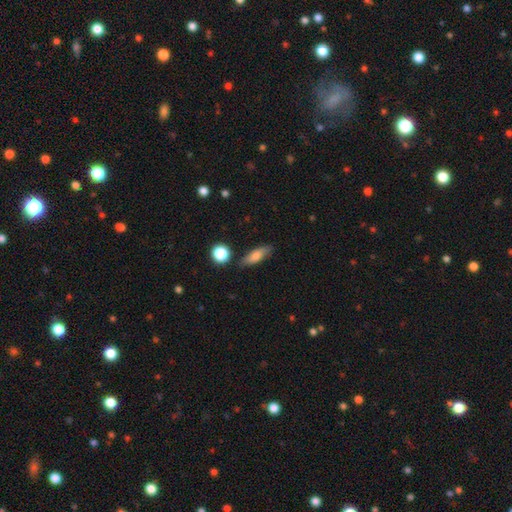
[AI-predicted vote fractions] A smooth galaxy with no disk features (72%) that is in between round and cigar-shaped (55%). Merging: none (80%).